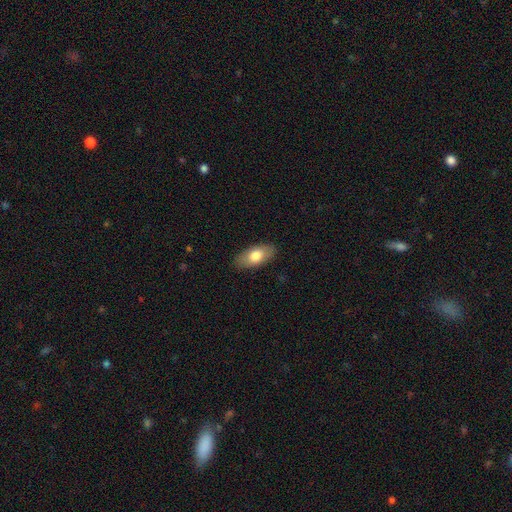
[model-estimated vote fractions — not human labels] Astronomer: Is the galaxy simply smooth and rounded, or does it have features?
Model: smooth — 75%.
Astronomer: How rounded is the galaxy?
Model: in between — 89%.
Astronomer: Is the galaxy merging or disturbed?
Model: none — 87%.